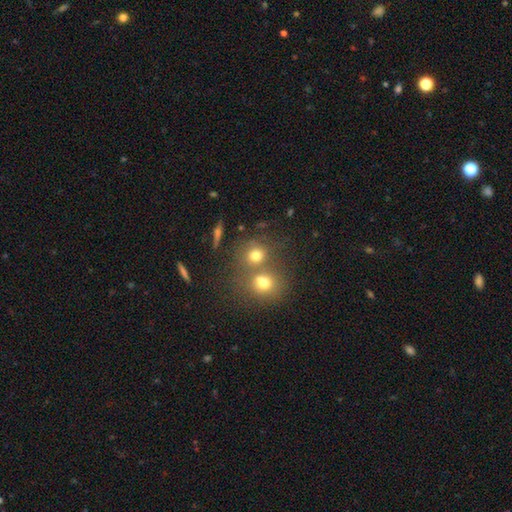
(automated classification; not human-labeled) Smooth or featured? smooth (71%)
How rounded? round (78%)
Merging? none (48%)